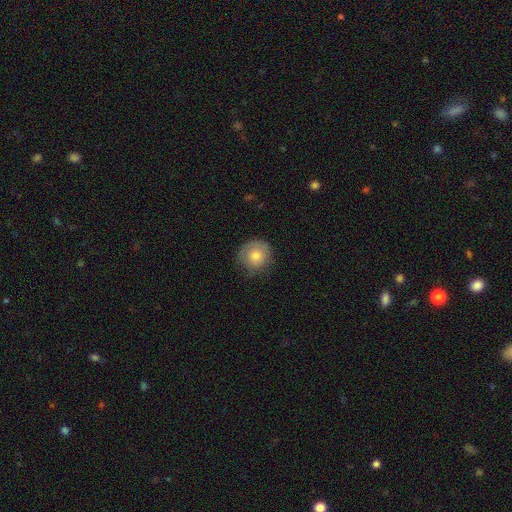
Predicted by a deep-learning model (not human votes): Q: Smooth or featured?
A: smooth (72%); runner-up: featured or disk (21%)
Q: How rounded?
A: round (88%); runner-up: in between (12%)
Q: Merging?
A: none (70%); runner-up: minor disturbance (22%)